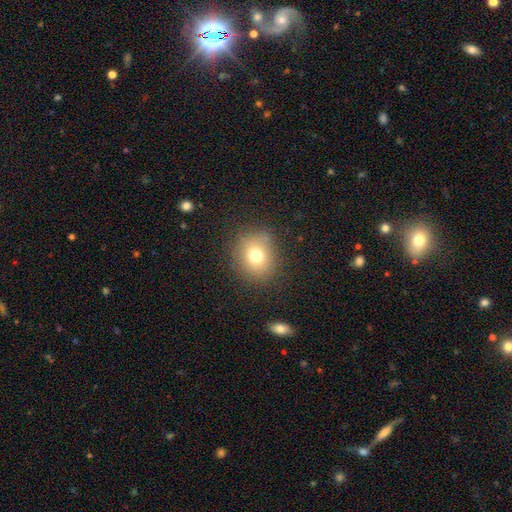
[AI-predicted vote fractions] smooth-or-featured: smooth: 73% | star or artifact: 14% | featured or disk: 13%
  how-rounded: round: 72% | in between: 27% | cigar-shaped: 1%
  merging: none: 82% | minor disturbance: 12% | major disturbance: 5% | merger: 2%